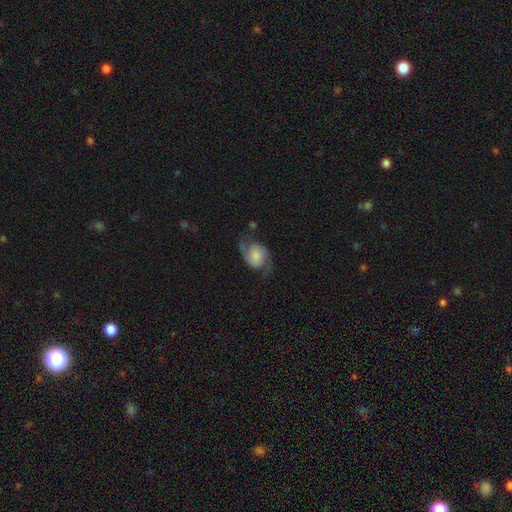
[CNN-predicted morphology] Smooth or featured?
  - featured or disk: 74% *
  - smooth: 19%
  - star or artifact: 7%
Edge-on disk?
  - no: 98% *
  - yes: 2%
Bar?
  - no: 65% *
  - weak: 28%
  - strong: 6%
Spiral arms?
  - yes: 95% *
  - no: 5%
Spiral winding?
  - loose: 45% *
  - medium: 42%
  - tight: 13%
Spiral arm count?
  - 2: 93% *
  - can't tell: 2%
  - 1: 2%
  - 3: 1%
  - 4: 1%
  - more than 4: 1%
Bulge size?
  - small: 25% *
  - moderate: 24%
  - large: 22%
  - none: 20%
  - dominant: 9%
Merging?
  - none: 70% *
  - minor disturbance: 18%
  - major disturbance: 10%
  - merger: 2%